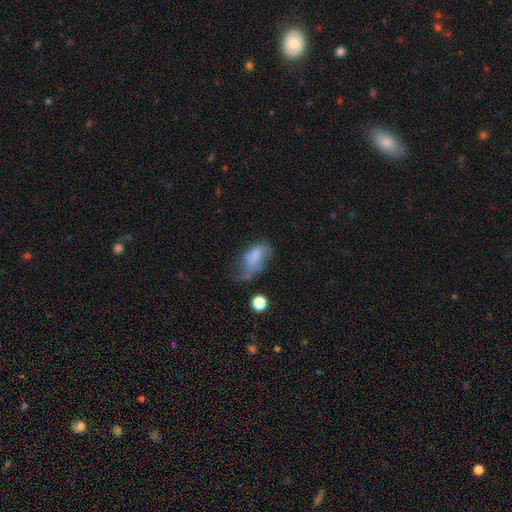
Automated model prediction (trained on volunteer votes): A smooth galaxy with no disk features (60%) that is in between round and cigar-shaped (89%).

Vote fractions:
- Smooth or featured? smooth: 60% / featured or disk: 28% / star or artifact: 12%
- How rounded? in between: 89% / round: 7% / cigar-shaped: 4%
- Merging? minor disturbance: 34% / none: 30% / major disturbance: 30% / merger: 6%